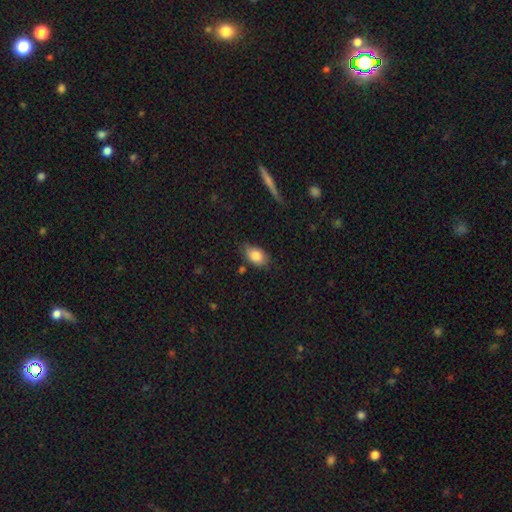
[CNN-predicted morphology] smooth 84%, featured or disk 8%, star or artifact 7%. Down the decision tree: how rounded — in between (86%); merging — none (74%).